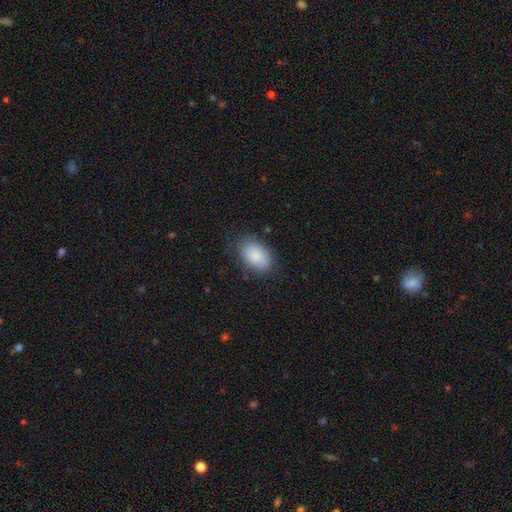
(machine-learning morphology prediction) The model was most divided on "merging": none: 77%, minor disturbance: 16%, major disturbance: 5%, merger: 1%. More confident: how rounded — in between (88%); smooth or featured — smooth (87%).